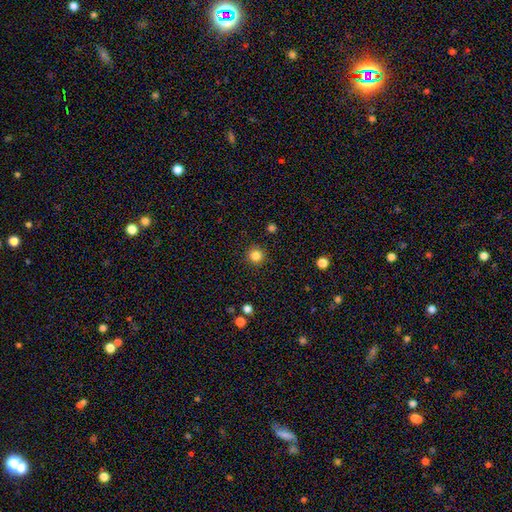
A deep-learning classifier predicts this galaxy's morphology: Smooth or featured: smooth — 84% (star or artifact — 12%)
How rounded: round — 94% (in between — 5%)
Merging: none — 91% (minor disturbance — 6%)